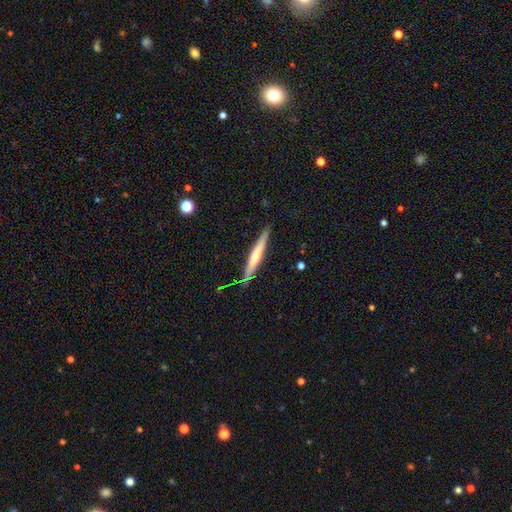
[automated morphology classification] Smooth or featured: smooth — 50% (featured or disk — 44%)
How rounded: cigar-shaped — 95% (in between — 4%)
Merging: none — 87% (minor disturbance — 10%)